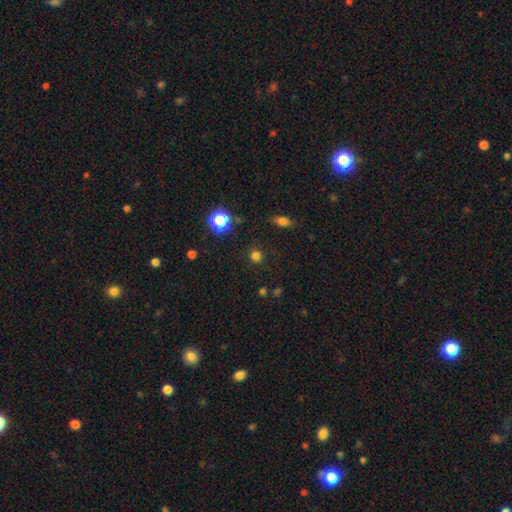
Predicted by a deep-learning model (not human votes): This appears to be a smooth galaxy with no disk features (75%) that is round (93%). Merging: none (88%).